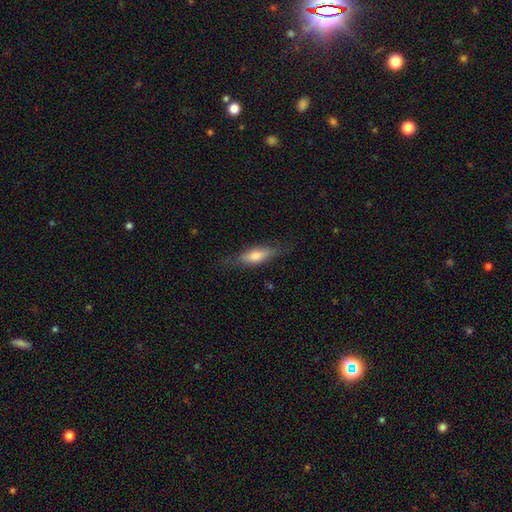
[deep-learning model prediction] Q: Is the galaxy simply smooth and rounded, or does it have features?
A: smooth — 63%.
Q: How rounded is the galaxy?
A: in between — 49%.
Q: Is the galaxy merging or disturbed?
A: none — 75%.